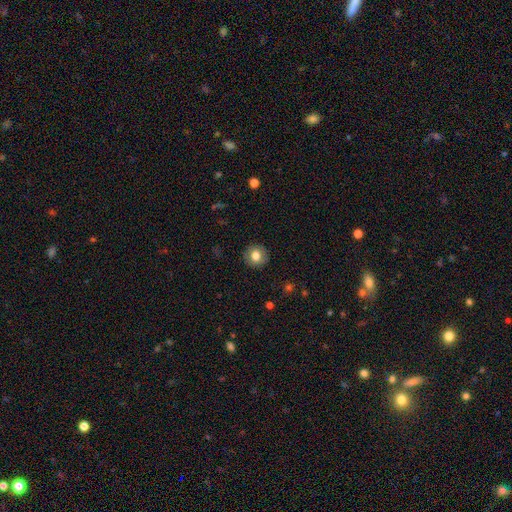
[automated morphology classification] This is likely a smooth galaxy (77%). How rounded: clearly round (90%). Merging: clearly none (90%).